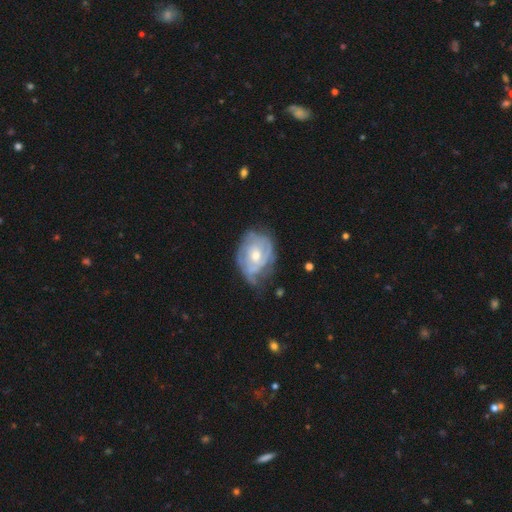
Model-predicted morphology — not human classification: This appears to be a featured or disk galaxy (78%) with no bar (69%), tight (60%) spiral arms (85%) and a moderate central bulge (62%). Merging: none (50%).